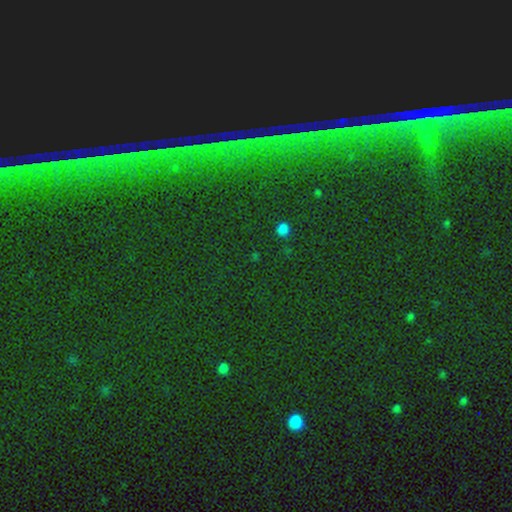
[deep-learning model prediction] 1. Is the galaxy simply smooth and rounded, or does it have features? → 81% star or artifact, 10% smooth, 9% featured or disk.